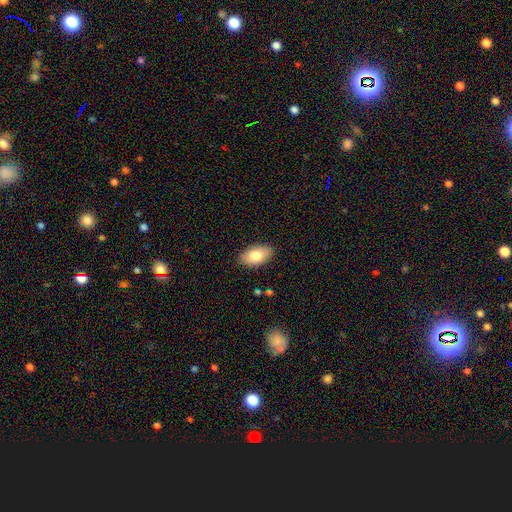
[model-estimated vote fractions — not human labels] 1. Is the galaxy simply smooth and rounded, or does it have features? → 80% smooth, 13% featured or disk, 7% star or artifact.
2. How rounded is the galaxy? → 94% in between, 4% round, 2% cigar-shaped.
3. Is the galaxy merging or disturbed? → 87% none, 10% minor disturbance, 2% major disturbance, 1% merger.